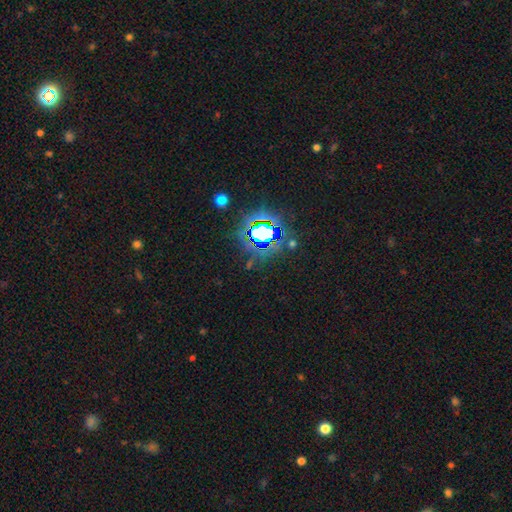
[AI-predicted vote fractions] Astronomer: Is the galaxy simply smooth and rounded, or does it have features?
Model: star or artifact — 81%.